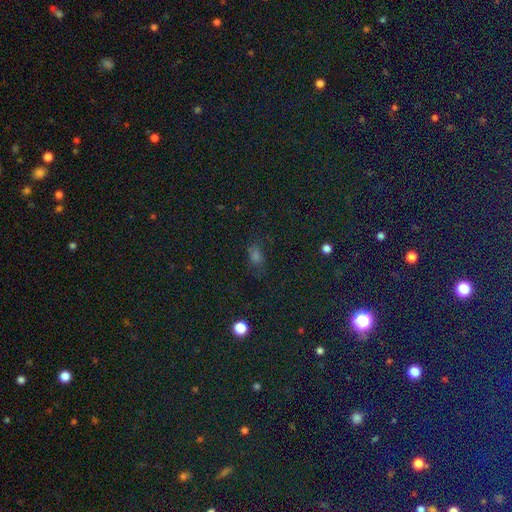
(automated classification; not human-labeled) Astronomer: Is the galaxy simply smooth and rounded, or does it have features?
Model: smooth — 52% (runner-up: star or artifact, 37%).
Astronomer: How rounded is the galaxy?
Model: in between — 72%.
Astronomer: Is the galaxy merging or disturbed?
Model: none — 69%.